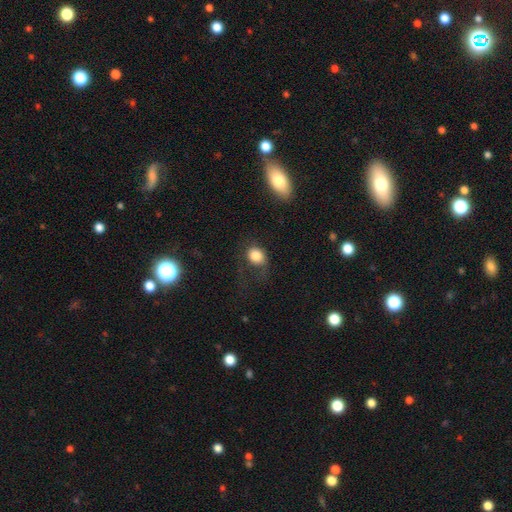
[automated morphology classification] This appears to be a smooth galaxy with no disk features (82%) that is round (60%). Merging: none (51%).